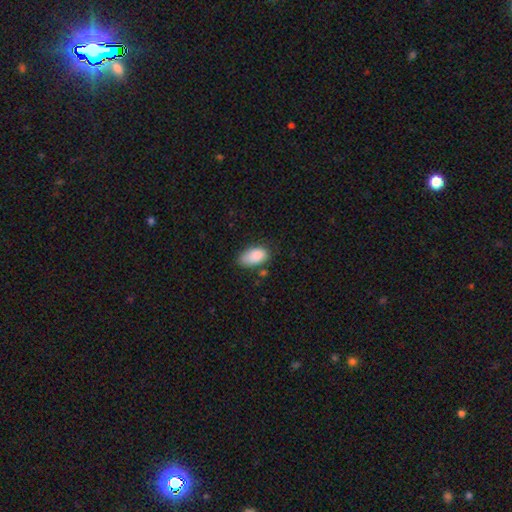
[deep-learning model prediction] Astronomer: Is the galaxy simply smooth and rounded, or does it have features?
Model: smooth — 87%.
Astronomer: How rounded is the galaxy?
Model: in between — 94%.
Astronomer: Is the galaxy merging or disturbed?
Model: none — 63%.